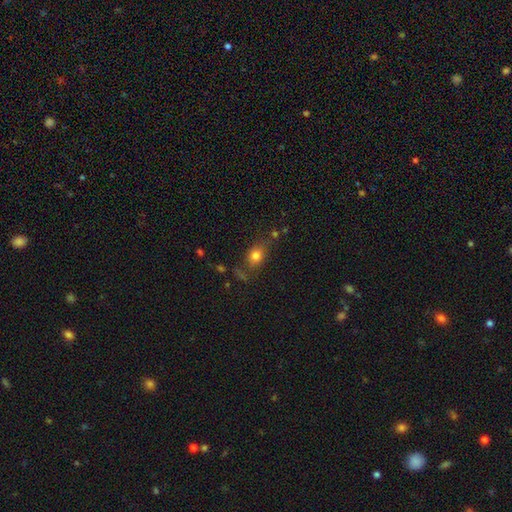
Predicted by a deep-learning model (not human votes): Smooth or featured? smooth (77%)
How rounded? in between (57%)
Merging? none (64%)